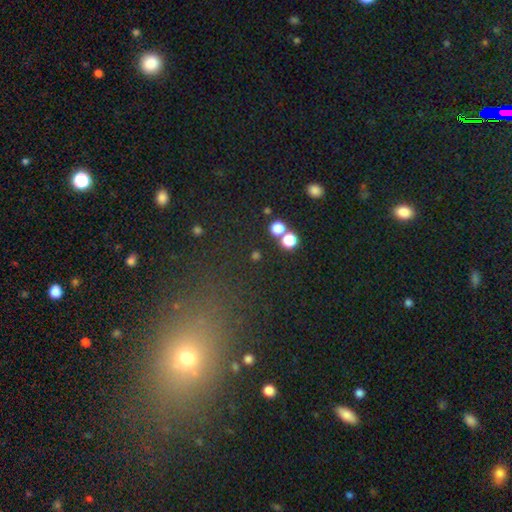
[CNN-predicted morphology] Smooth or featured: smooth — 59% (star or artifact — 33%)
How rounded: round — 87% (in between — 11%)
Merging: none — 82% (minor disturbance — 7%)